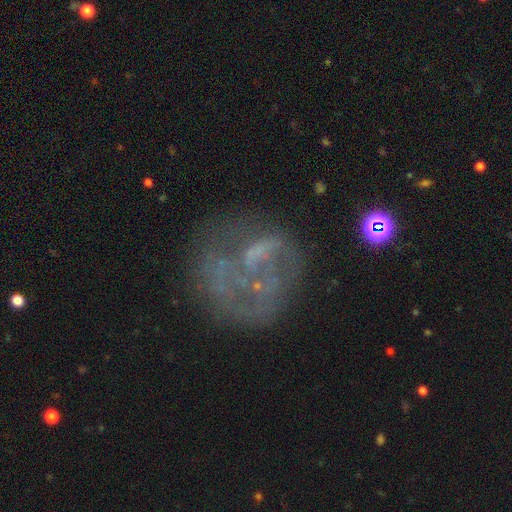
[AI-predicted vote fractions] Smooth or featured? featured or disk (59%)
Edge-on disk? no (98%)
Bar? no (76%)
Spiral arms? no (69%)
Bulge size? none (66%)
Merging? none (44%)